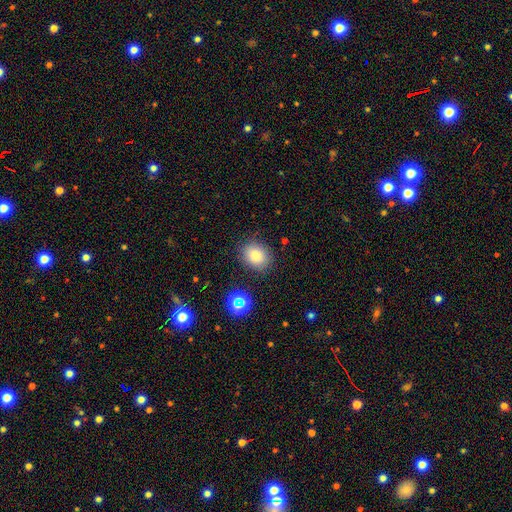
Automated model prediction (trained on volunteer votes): Overall: smooth (84%). How rounded: round (50%; in between 49%). Merging: none (83%).